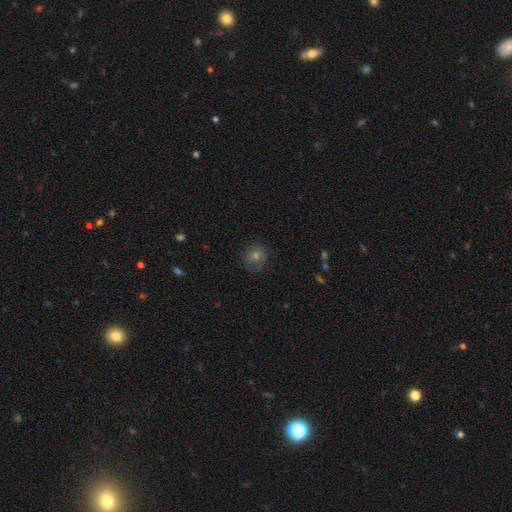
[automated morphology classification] Smooth or featured? Predicted: smooth (p=0.42). Merging? Predicted: none (p=0.79).